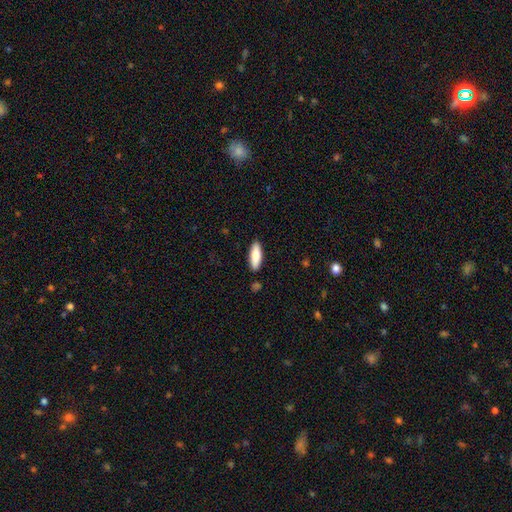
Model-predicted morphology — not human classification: Smooth or featured? Predicted: smooth (p=0.83). How rounded? Predicted: in between (p=0.58). Merging? Predicted: none (p=0.88).